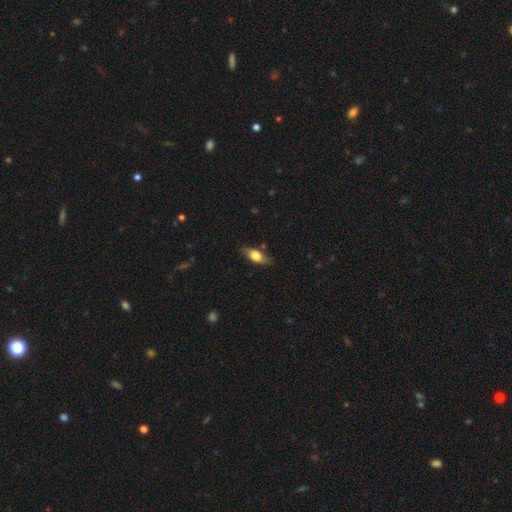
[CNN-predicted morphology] smooth_or_featured: smooth (p=0.68) [alt: featured or disk p=0.25]
how_rounded: in between (p=0.76) [alt: cigar-shaped p=0.19]
merging: none (p=0.78) [alt: minor disturbance p=0.17]